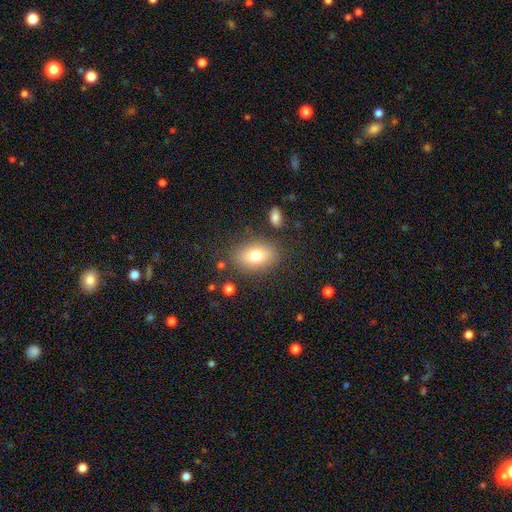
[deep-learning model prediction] Smooth or featured? smooth (76%)
How rounded? in between (79%)
Merging? none (81%)